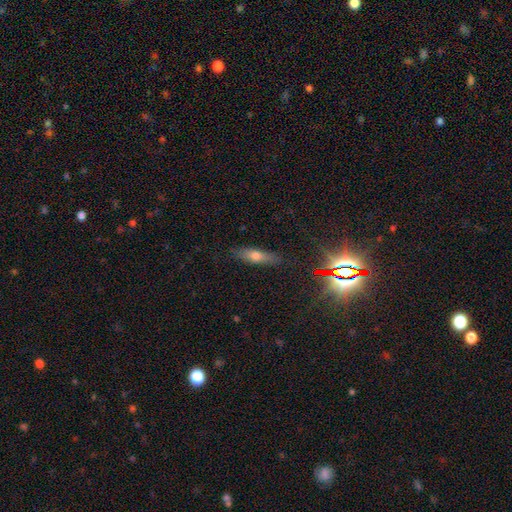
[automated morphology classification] Smooth or featured: smooth — 58% (featured or disk — 31%)
How rounded: cigar-shaped — 63% (in between — 34%)
Merging: none — 85% (minor disturbance — 12%)